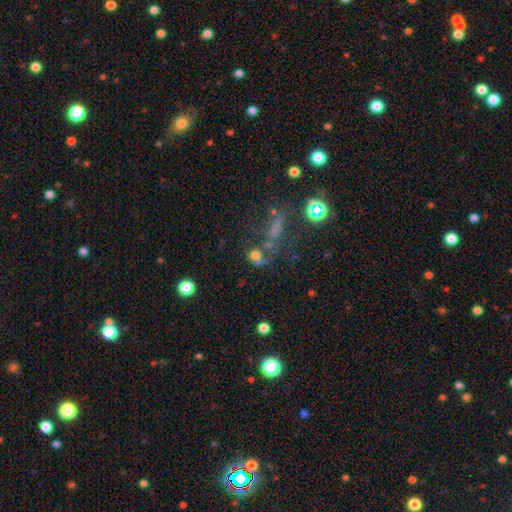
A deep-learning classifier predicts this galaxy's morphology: Smooth or featured? Predicted: smooth (p=0.56). How rounded? Predicted: round (p=0.58). Merging? Predicted: none (p=0.37).